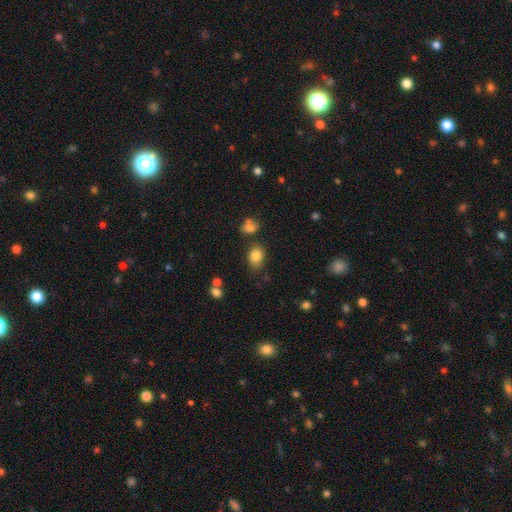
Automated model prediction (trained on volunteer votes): Overall: smooth (83%). How rounded: in between (65%; round 34%). Merging: none (74%).